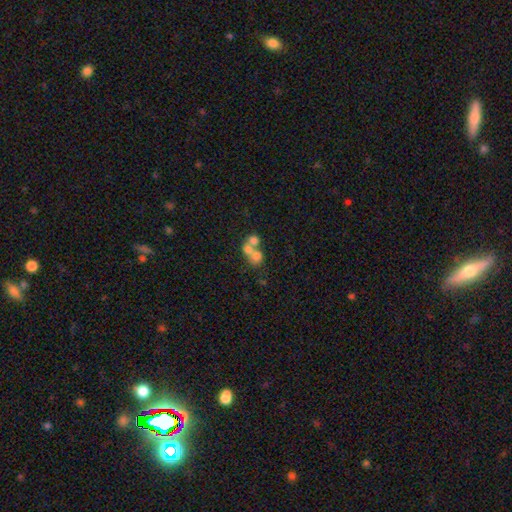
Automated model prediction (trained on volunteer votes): Smooth or featured?
  - smooth: 61% *
  - featured or disk: 26%
  - star or artifact: 14%
How rounded?
  - round: 76% *
  - in between: 23%
  - cigar-shaped: 1%
Merging?
  - merger: 64% *
  - none: 26%
  - minor disturbance: 5%
  - major disturbance: 4%